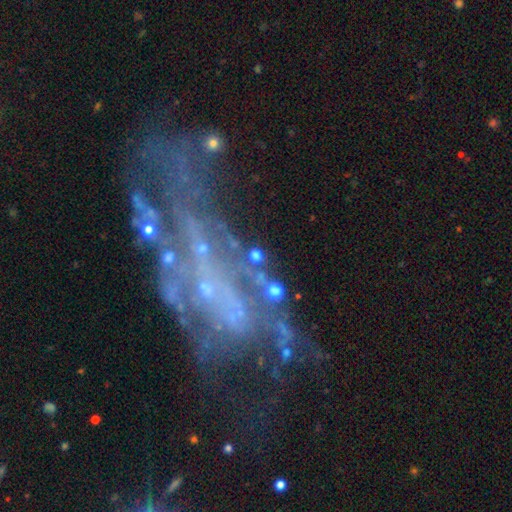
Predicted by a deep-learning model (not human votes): Smooth or featured? Predicted: smooth (p=0.46). Merging? Predicted: none (p=0.68).